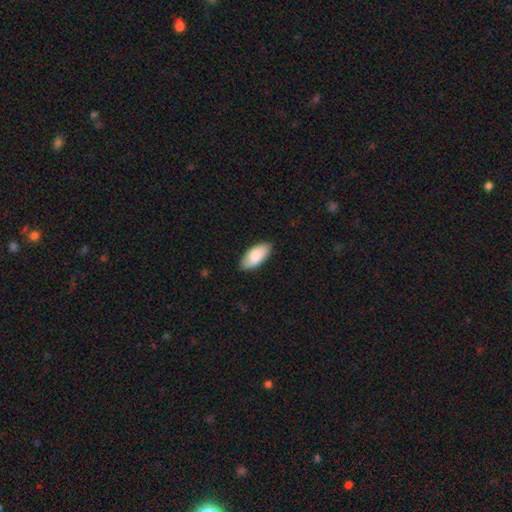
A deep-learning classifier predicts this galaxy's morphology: Smooth or featured: smooth — 83% (featured or disk — 11%)
How rounded: in between — 92% (cigar-shaped — 6%)
Merging: none — 85% (minor disturbance — 12%)